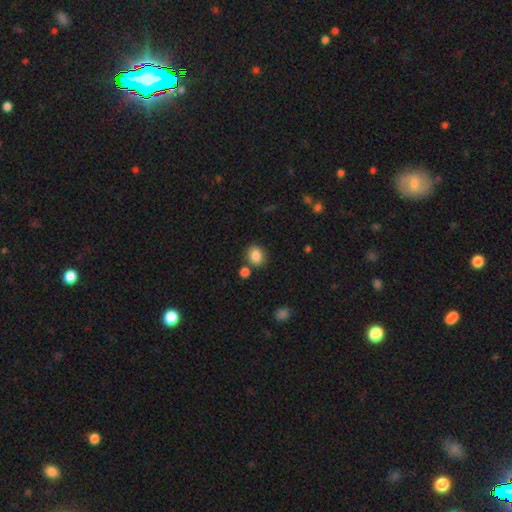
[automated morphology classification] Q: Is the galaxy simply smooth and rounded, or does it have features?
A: smooth — 85%.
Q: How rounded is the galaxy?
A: round — 67%.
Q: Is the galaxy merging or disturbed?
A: none — 76%.